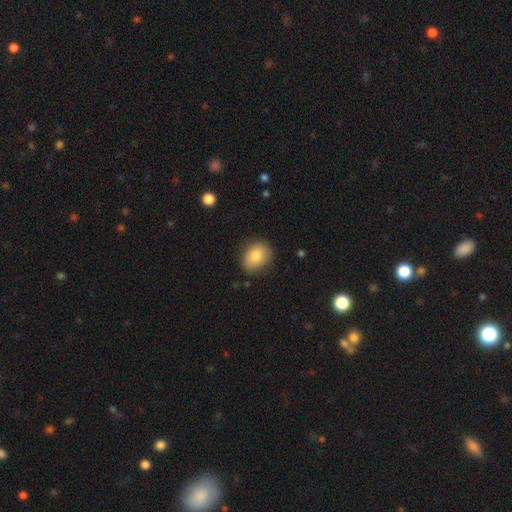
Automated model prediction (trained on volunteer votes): Overall: smooth (80%). How rounded: in between (53%; round 46%). Merging: none (80%).